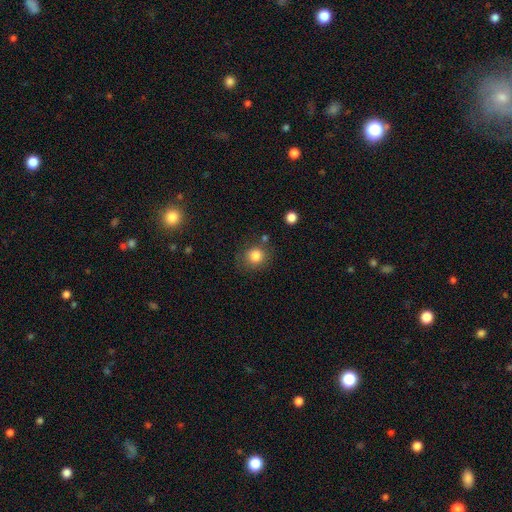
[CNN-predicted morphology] smooth_or_featured: smooth (p=0.84) [alt: star or artifact p=0.10]
how_rounded: round (p=0.80) [alt: in between p=0.19]
merging: none (p=0.76) [alt: minor disturbance p=0.14]